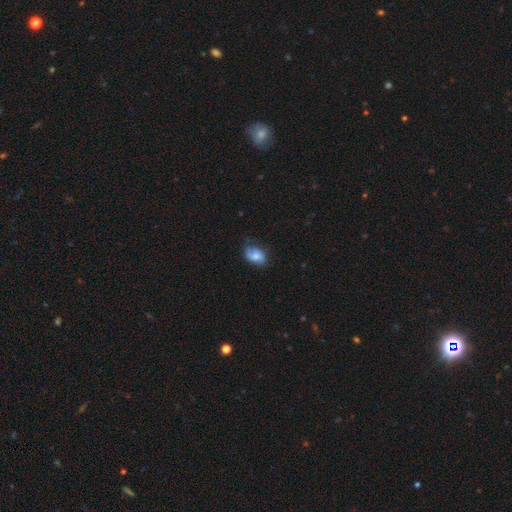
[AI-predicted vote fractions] Overall: smooth (69%). How rounded: in between (84%). Merging: none (61%; minor disturbance 30%).